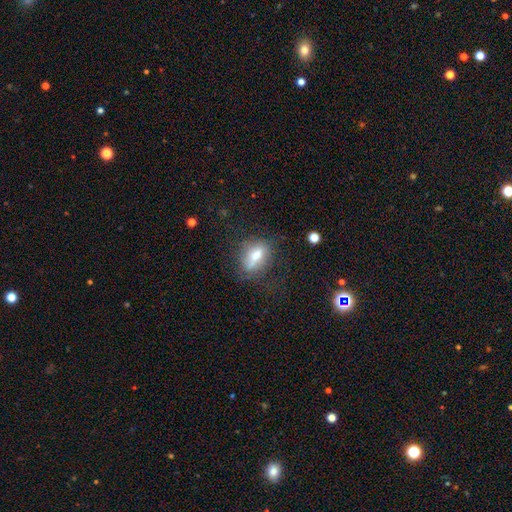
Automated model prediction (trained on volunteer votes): A smooth galaxy with no disk features (64%) that is in between round and cigar-shaped (72%).

Vote fractions:
- Smooth or featured? smooth: 64% / featured or disk: 25% / star or artifact: 11%
- How rounded? in between: 72% / round: 18% / cigar-shaped: 10%
- Merging? none: 57% / minor disturbance: 24% / major disturbance: 14% / merger: 5%